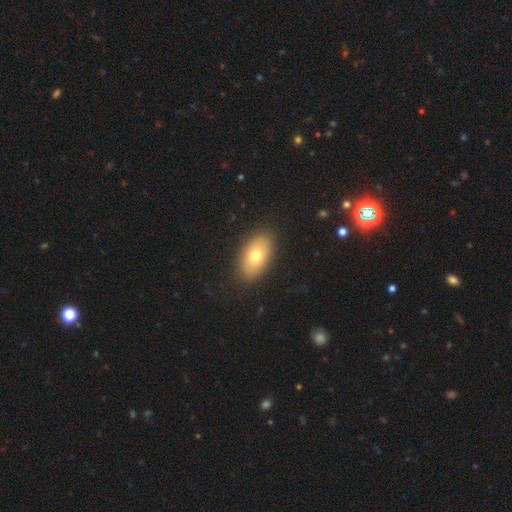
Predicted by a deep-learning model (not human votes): This appears to be a smooth galaxy with no disk features (73%) that is in between round and cigar-shaped (92%). Merging: none (88%).